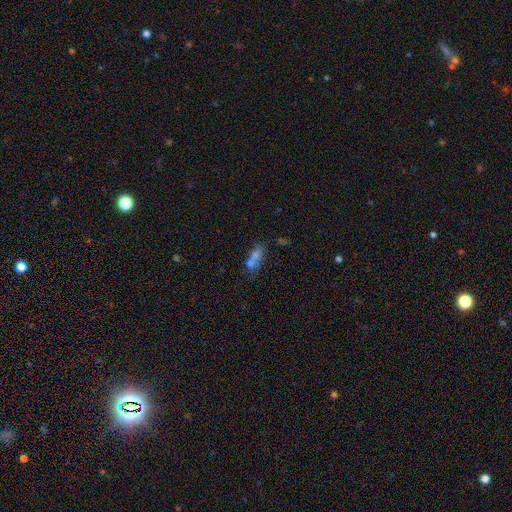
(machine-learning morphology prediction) smooth 54%, featured or disk 26%, star or artifact 20%. Down the decision tree: how rounded — in between (58%); merging — merger (47%).